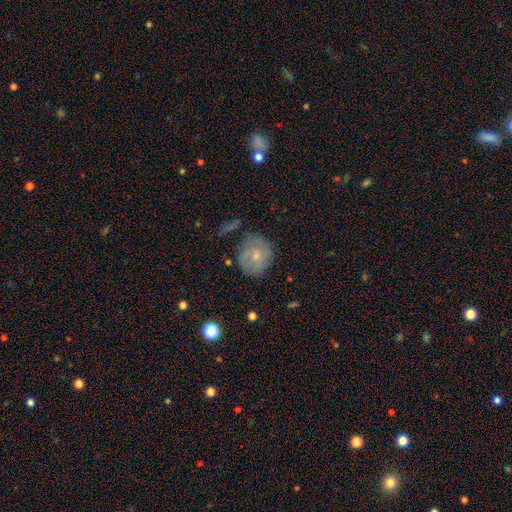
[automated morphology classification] A smooth galaxy with no disk features (47%).

Vote fractions:
- Smooth or featured? smooth: 47% / featured or disk: 44% / star or artifact: 8%
- Merging? none: 64% / minor disturbance: 22% / major disturbance: 9% / merger: 5%